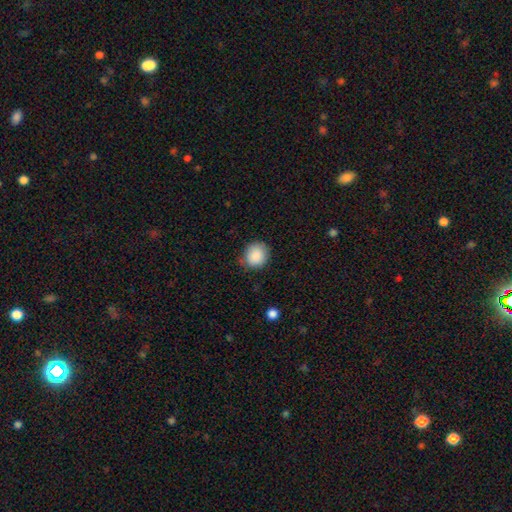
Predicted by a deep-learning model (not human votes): Smooth or featured? smooth (88%)
How rounded? round (80%)
Merging? none (76%)